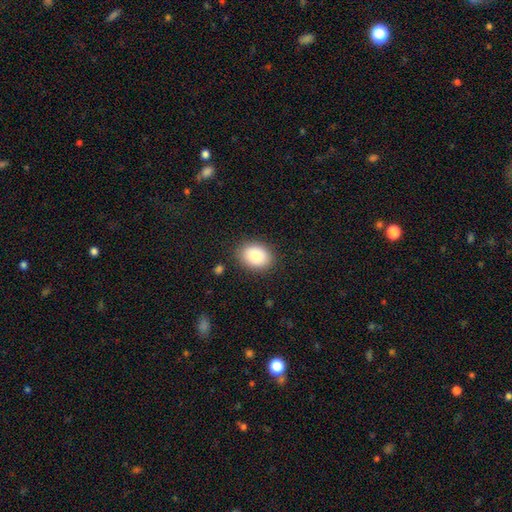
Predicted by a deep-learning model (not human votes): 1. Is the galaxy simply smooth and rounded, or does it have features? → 86% smooth, 7% star or artifact, 7% featured or disk.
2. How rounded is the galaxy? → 67% in between, 32% round, 1% cigar-shaped.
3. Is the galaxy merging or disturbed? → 86% none, 10% minor disturbance, 3% major disturbance, 1% merger.